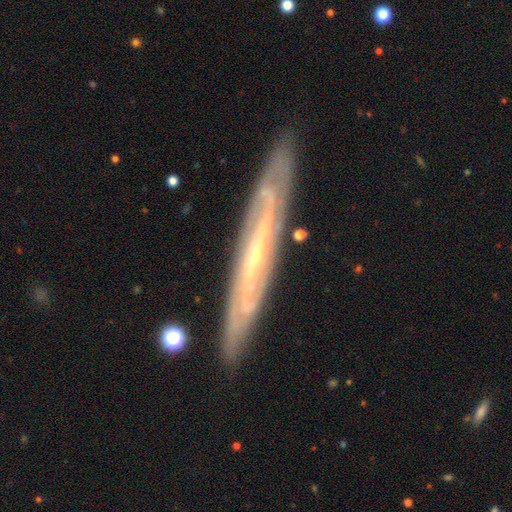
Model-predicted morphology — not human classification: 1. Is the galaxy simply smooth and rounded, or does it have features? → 80% featured or disk, 14% smooth, 6% star or artifact.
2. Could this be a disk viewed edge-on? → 61% yes, 39% no.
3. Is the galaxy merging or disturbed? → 84% none, 12% minor disturbance, 3% major disturbance, 2% merger.